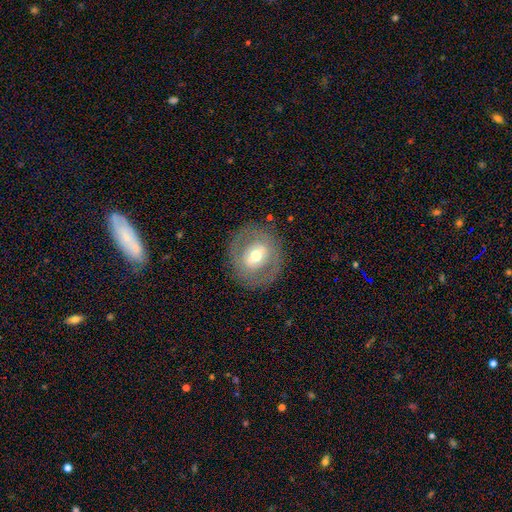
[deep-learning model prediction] smooth_or_featured: featured or disk (p=0.55) [alt: smooth p=0.38]
disk_edge_on: no (p=0.92) [alt: yes p=0.08]
bar: weak (p=0.37) [alt: no p=0.34]
has_spiral_arms: no (p=0.78) [alt: yes p=0.22]
bulge_size: moderate (p=0.68) [alt: small p=0.17]
merging: none (p=0.82) [alt: minor disturbance p=0.11]